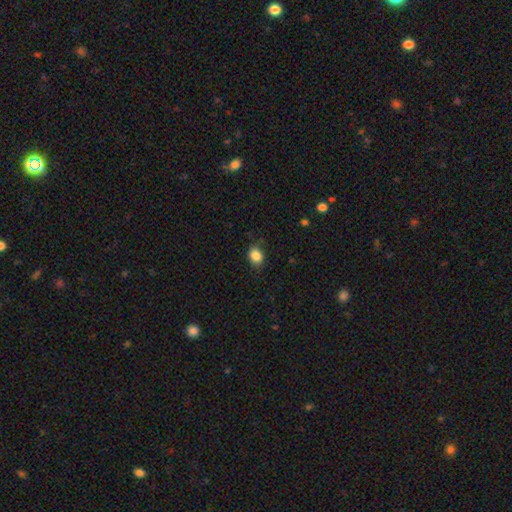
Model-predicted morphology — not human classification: Smooth or featured?
  - smooth: 86% *
  - star or artifact: 10%
  - featured or disk: 4%
How rounded?
  - round: 50% *
  - in between: 49%
  - cigar-shaped: 1%
Merging?
  - none: 79% *
  - minor disturbance: 16%
  - major disturbance: 4%
  - merger: 1%